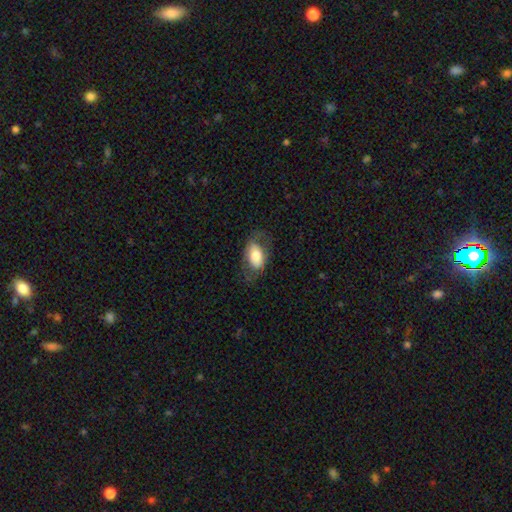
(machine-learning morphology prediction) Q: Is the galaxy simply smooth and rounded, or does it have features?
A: smooth — 63%.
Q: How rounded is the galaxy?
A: in between — 90%.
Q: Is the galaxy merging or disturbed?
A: none — 63%.